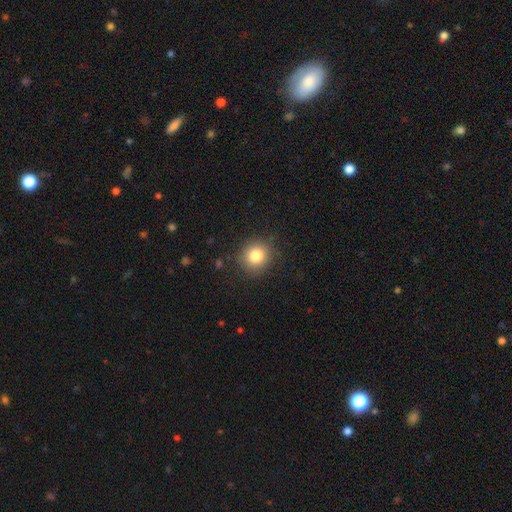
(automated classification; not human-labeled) smooth_or_featured: smooth (p=0.83) [alt: star or artifact p=0.10]
how_rounded: round (p=0.85) [alt: in between p=0.14]
merging: none (p=0.86) [alt: minor disturbance p=0.10]